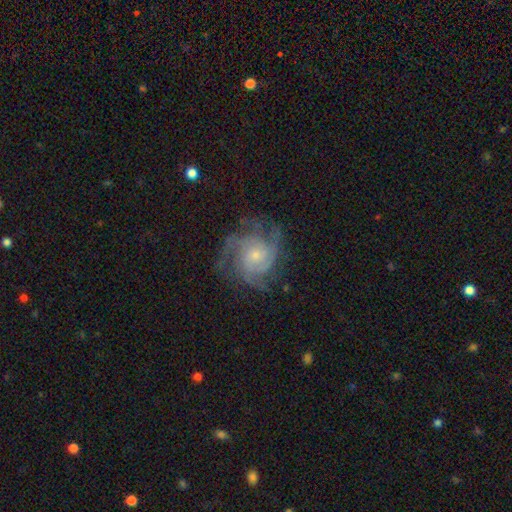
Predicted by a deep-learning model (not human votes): A featured or disk galaxy (86%) with no bar (74%), 3 (33%) tight (51%) spiral arms (97%) and a small central bulge (66%).

Vote fractions:
- Smooth or featured? featured or disk: 86% / smooth: 8% / star or artifact: 6%
- Edge-on disk? no: 98% / yes: 2%
- Bar? no: 74% / weak: 22% / strong: 4%
- Spiral arms? yes: 97% / no: 3%
- Spiral winding? tight: 51% / medium: 40% / loose: 9%
- Spiral arm count? 3: 33% / 4: 27% / can't tell: 17% / 2: 11% / more than 4: 6% / 1: 6%
- Bulge size? small: 66% / moderate: 28% / none: 3% / large: 2% / dominant: 1%
- Merging? none: 69% / minor disturbance: 18% / major disturbance: 12% / merger: 1%